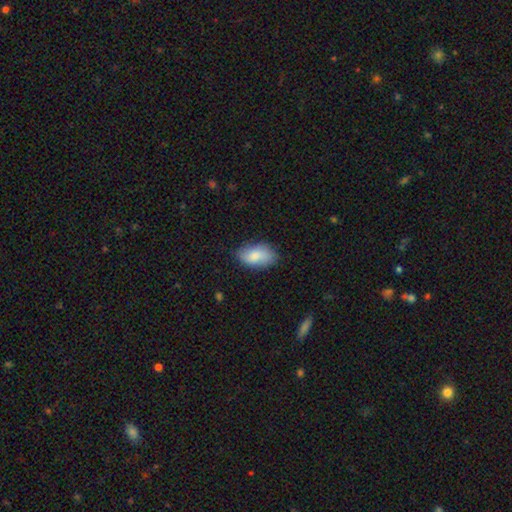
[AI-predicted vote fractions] Smooth or featured? smooth (83%)
How rounded? in between (93%)
Merging? none (76%)